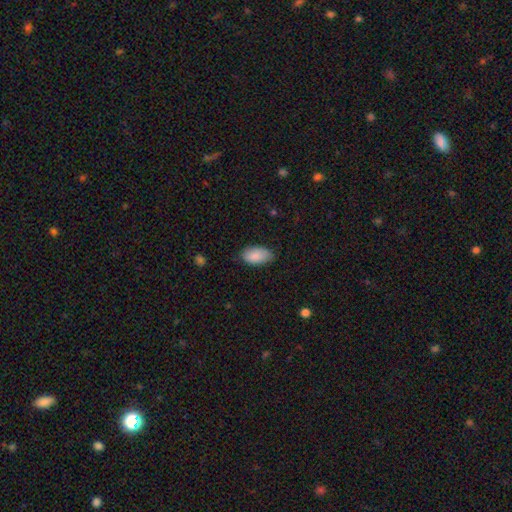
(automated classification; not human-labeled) A smooth galaxy with no disk features (87%) that is in between round and cigar-shaped (95%).

Vote fractions:
- Smooth or featured? smooth: 87% / featured or disk: 7% / star or artifact: 6%
- How rounded? in between: 95% / round: 3% / cigar-shaped: 2%
- Merging? none: 74% / minor disturbance: 21% / major disturbance: 3% / merger: 1%